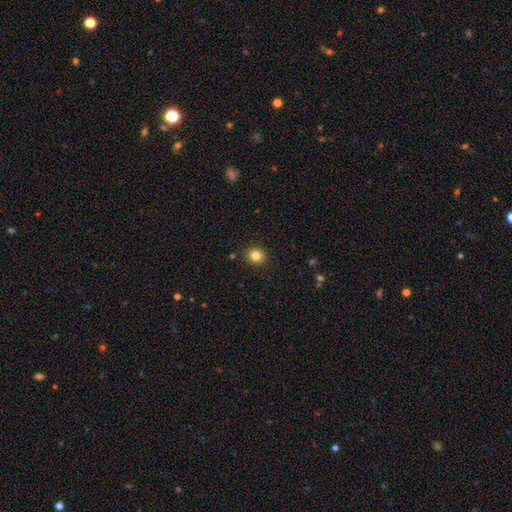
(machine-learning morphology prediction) smooth_or_featured: smooth (p=0.83) [alt: star or artifact p=0.11]
how_rounded: round (p=0.80) [alt: in between p=0.19]
merging: none (p=0.91) [alt: minor disturbance p=0.06]